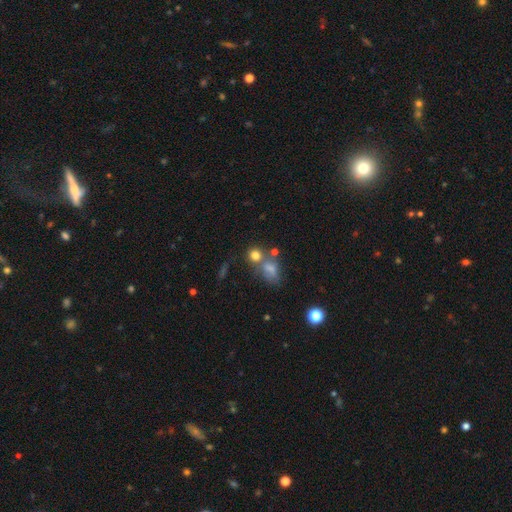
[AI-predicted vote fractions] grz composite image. It shows a smooth galaxy with no disk features (75%) that is round (74%). Merging: none (49%).